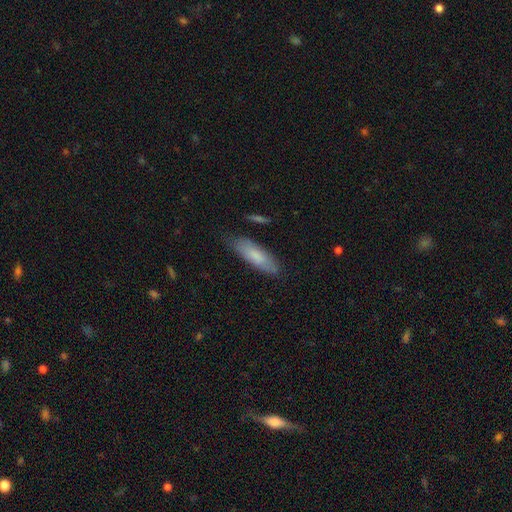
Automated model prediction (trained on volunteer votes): smooth-or-featured: smooth: 79% | featured or disk: 15% | star or artifact: 6%
  how-rounded: cigar-shaped: 50% | in between: 48% | round: 2%
  merging: none: 77% | minor disturbance: 18% | major disturbance: 3% | merger: 2%